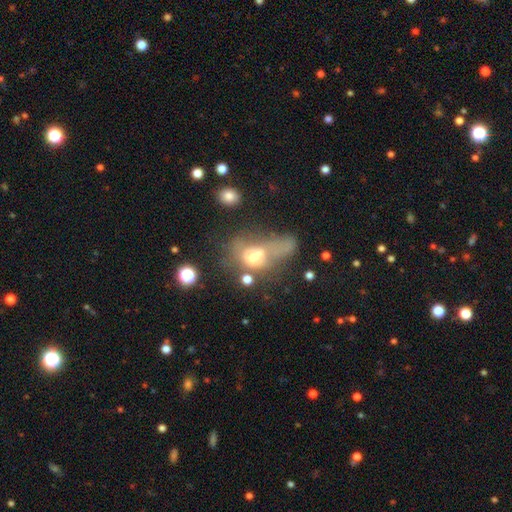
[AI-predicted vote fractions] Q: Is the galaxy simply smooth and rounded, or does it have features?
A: smooth — 49%.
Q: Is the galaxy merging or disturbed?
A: merger — 46%.